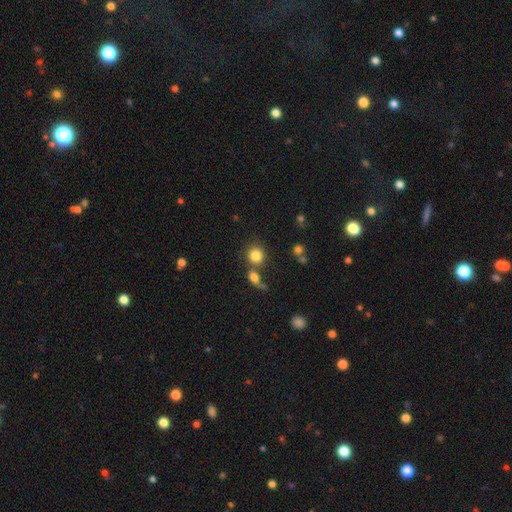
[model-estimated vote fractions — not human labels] This appears to be a smooth galaxy with no disk features (83%) that is round (86%). Merging: none (60%).